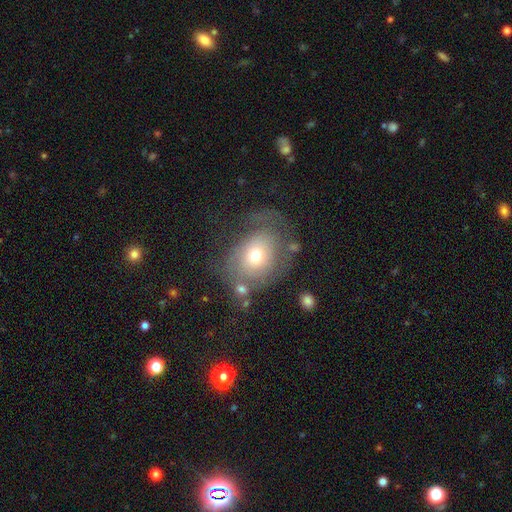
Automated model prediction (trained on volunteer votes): A smooth galaxy with no disk features (50%) that is in between round and cigar-shaped (55%). Merging: none (45%).